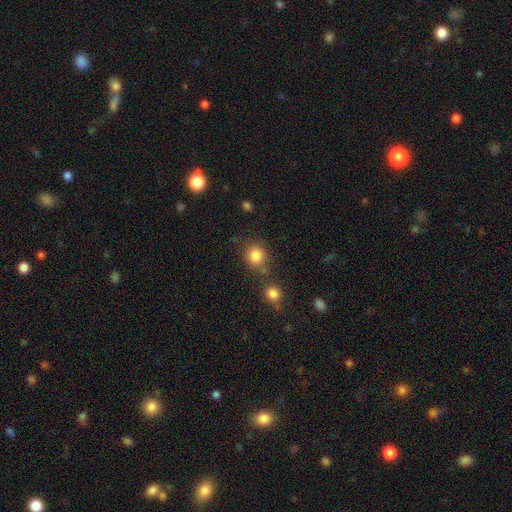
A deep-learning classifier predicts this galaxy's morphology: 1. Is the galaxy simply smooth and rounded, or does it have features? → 84% smooth, 11% star or artifact, 5% featured or disk.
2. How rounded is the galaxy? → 83% round, 16% in between, 1% cigar-shaped.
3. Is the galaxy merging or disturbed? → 68% none, 16% merger, 11% minor disturbance, 5% major disturbance.